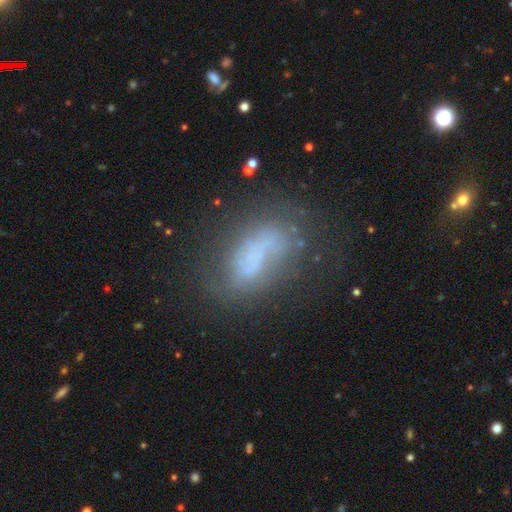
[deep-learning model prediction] Overall: smooth (48%; featured or disk 37%). Merging: none (47%; minor disturbance 25%).